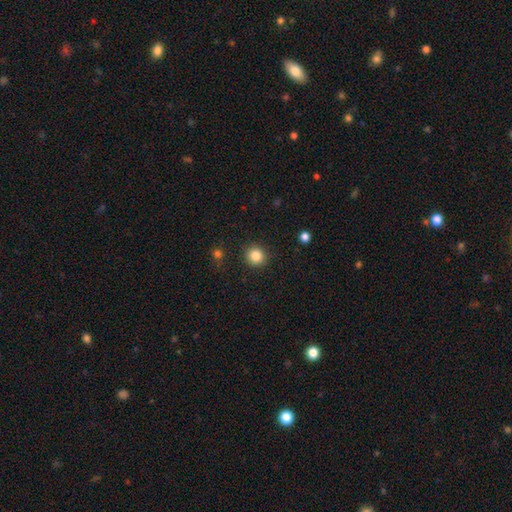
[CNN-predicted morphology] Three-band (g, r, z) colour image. It shows a smooth galaxy with no disk features (84%) that is round (91%). Merging: none (90%).